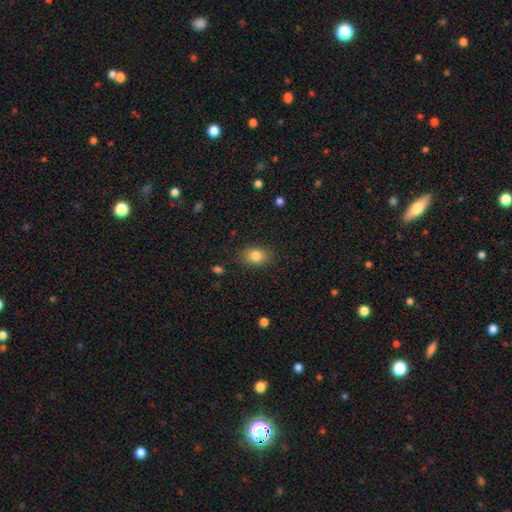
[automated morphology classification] This is clearly a smooth galaxy (84%). How rounded: likely in between (71%). Merging: clearly none (83%).